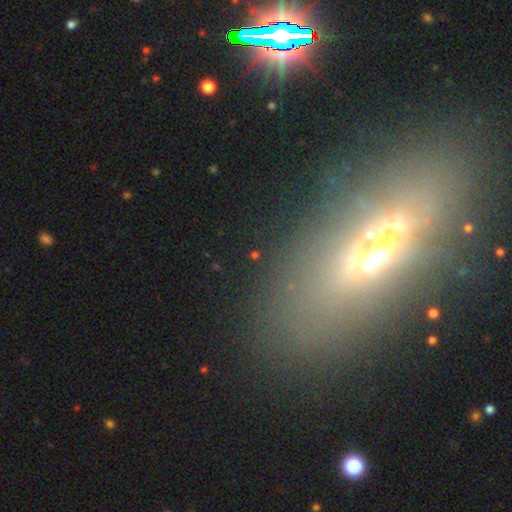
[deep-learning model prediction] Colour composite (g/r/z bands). It shows a star or artifact, not a galaxy (55%).